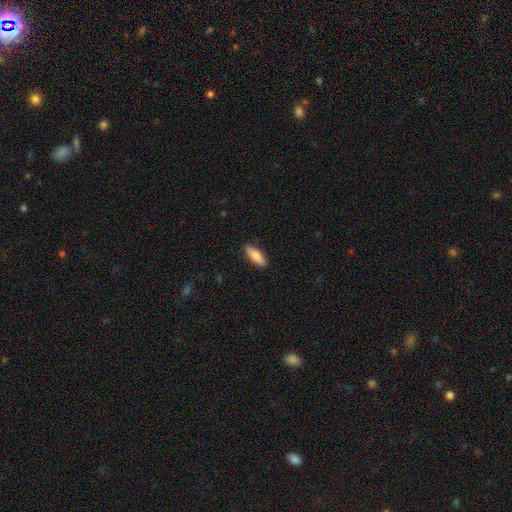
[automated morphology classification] Smooth or featured? smooth (84%)
How rounded? in between (63%)
Merging? none (88%)